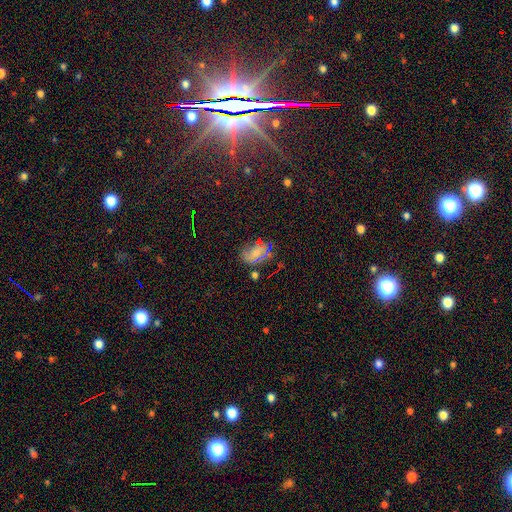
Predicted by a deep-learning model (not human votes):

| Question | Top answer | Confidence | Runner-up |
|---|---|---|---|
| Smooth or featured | smooth | 42% | star or artifact (36%) |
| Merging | none | 64% | minor disturbance (21%) |